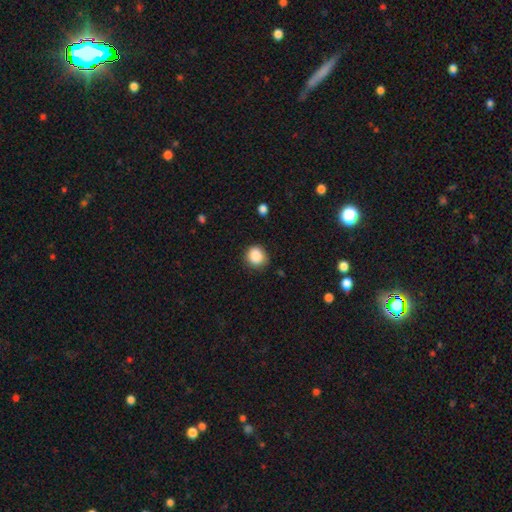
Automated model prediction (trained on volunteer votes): Q: Smooth or featured?
A: smooth (88%); runner-up: star or artifact (9%)
Q: How rounded?
A: round (84%); runner-up: in between (15%)
Q: Merging?
A: none (81%); runner-up: minor disturbance (15%)